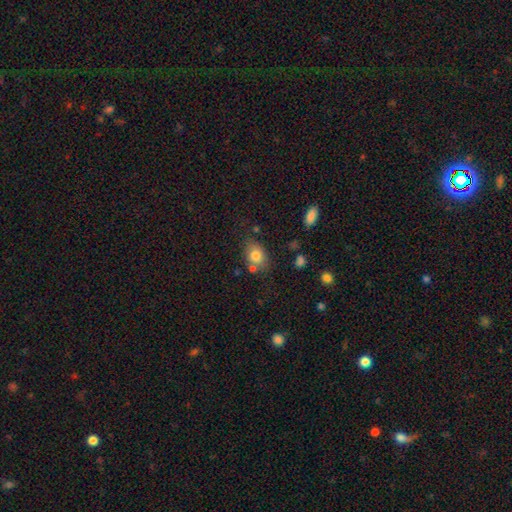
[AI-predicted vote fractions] This is likely a smooth galaxy (78%). How rounded: likely in between (64%). Merging: likely none (65%).